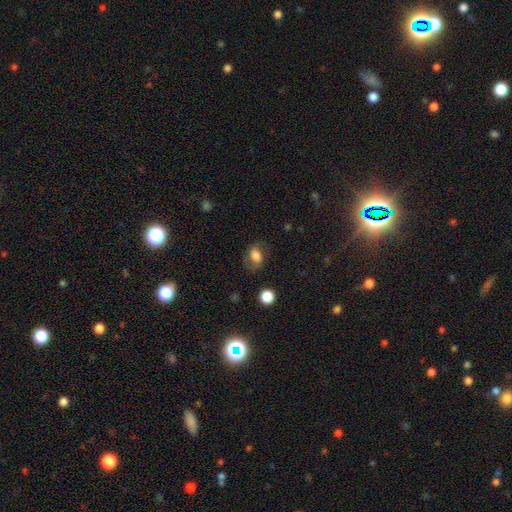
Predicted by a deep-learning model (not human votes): This is likely a smooth galaxy (62%). How rounded: likely in between (72%). Merging: likely none (68%).